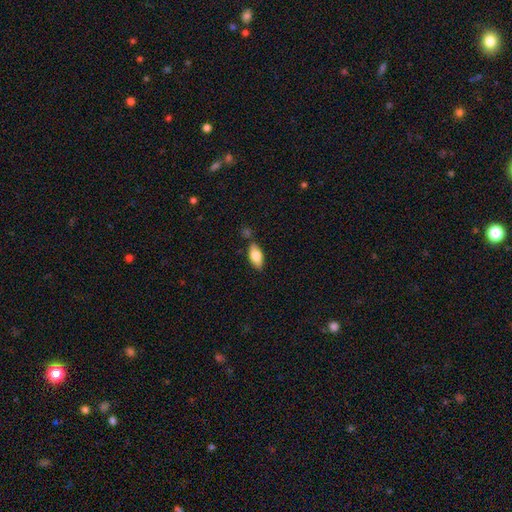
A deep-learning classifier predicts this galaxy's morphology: Overall: smooth (77%). How rounded: in between (86%). Merging: none (76%).